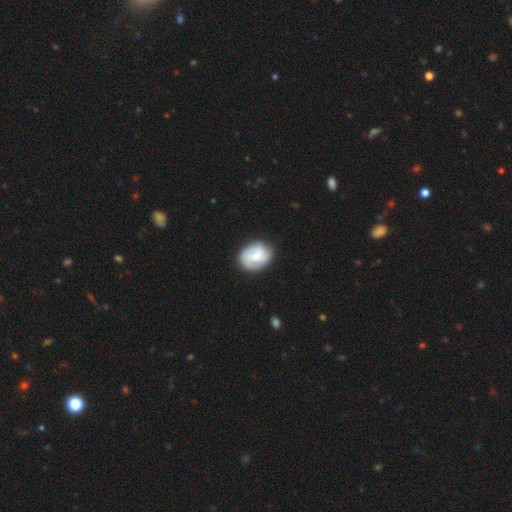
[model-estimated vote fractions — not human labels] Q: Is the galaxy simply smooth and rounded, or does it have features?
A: smooth — 49%.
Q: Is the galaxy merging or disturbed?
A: none — 70%.